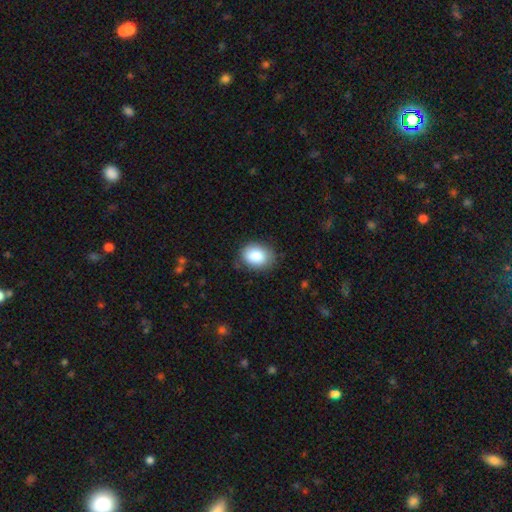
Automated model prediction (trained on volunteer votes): Smooth or featured? Predicted: smooth (p=0.86). How rounded? Predicted: in between (p=0.70). Merging? Predicted: none (p=0.82).